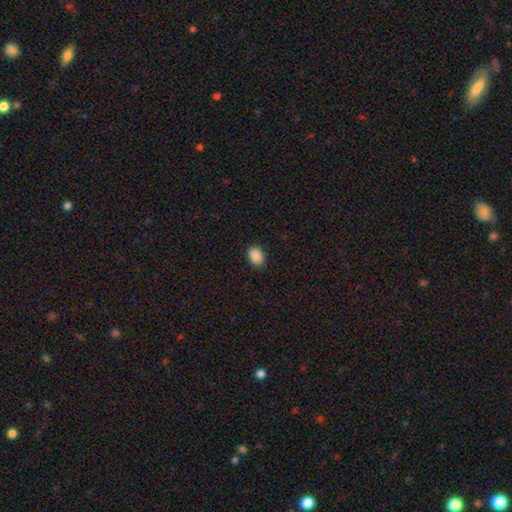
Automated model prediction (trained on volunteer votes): A smooth galaxy with no disk features (89%) that is in between round and cigar-shaped (76%).

Vote fractions:
- Smooth or featured? smooth: 89% / star or artifact: 8% / featured or disk: 3%
- How rounded? in between: 76% / round: 23% / cigar-shaped: 1%
- Merging? none: 87% / minor disturbance: 10% / major disturbance: 2% / merger: 1%